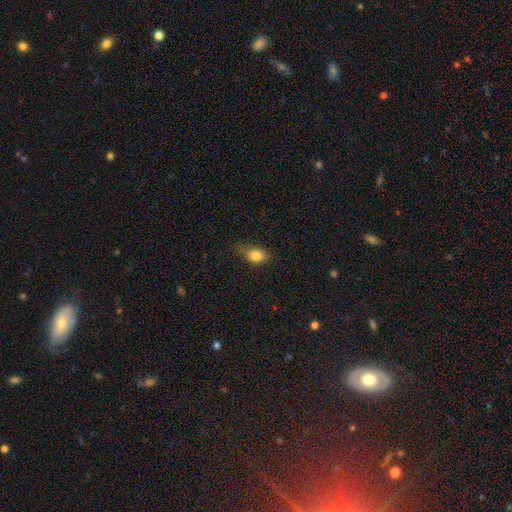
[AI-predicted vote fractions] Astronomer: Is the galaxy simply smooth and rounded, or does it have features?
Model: smooth — 82%.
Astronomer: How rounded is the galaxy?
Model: in between — 70%.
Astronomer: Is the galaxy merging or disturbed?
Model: none — 55% (runner-up: minor disturbance, 33%).